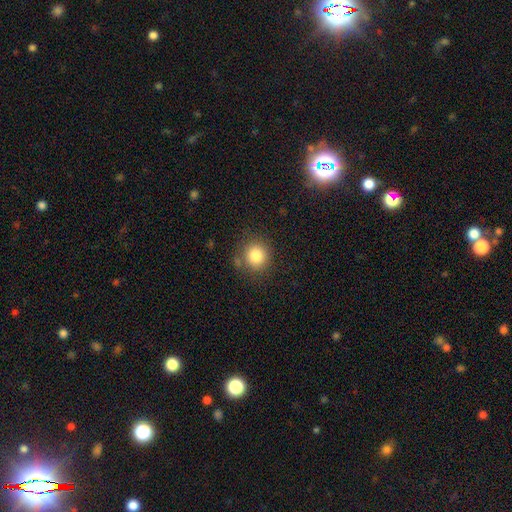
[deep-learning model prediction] Smooth or featured?
  - smooth: 83% *
  - star or artifact: 11%
  - featured or disk: 6%
How rounded?
  - round: 90% *
  - in between: 9%
  - cigar-shaped: 1%
Merging?
  - none: 82% *
  - minor disturbance: 11%
  - major disturbance: 4%
  - merger: 3%